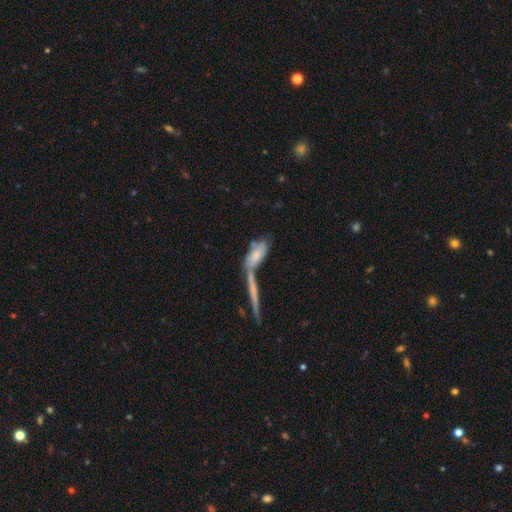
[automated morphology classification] Overall: smooth (63%; featured or disk 29%). How rounded: in between (67%; cigar-shaped 30%). Merging: merger (53%; none 28%).